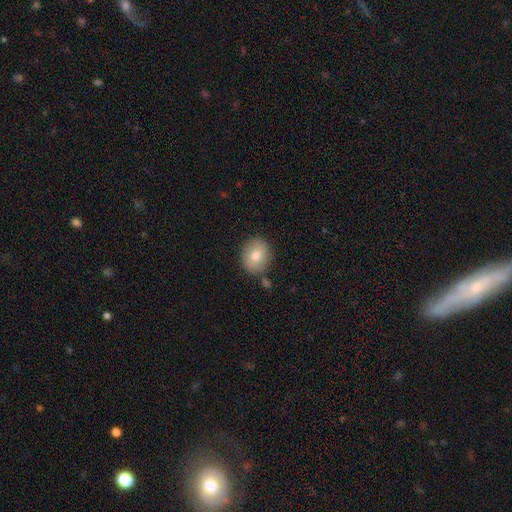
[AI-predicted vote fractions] smooth-or-featured: smooth: 77% | featured or disk: 15% | star or artifact: 8%
  how-rounded: round: 61% | in between: 39% | cigar-shaped: 1%
  merging: none: 81% | minor disturbance: 11% | merger: 5% | major disturbance: 3%